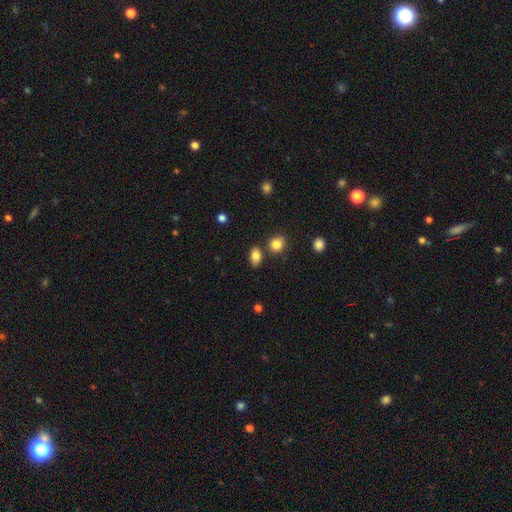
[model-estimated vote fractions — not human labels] A smooth galaxy with no disk features (83%) that is in between round and cigar-shaped (80%). Merging: none (75%).